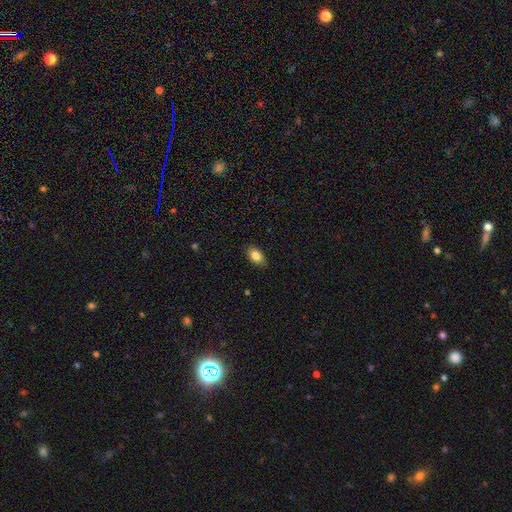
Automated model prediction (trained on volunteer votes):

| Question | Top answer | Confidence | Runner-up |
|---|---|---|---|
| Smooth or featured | smooth | 85% | star or artifact (8%) |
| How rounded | in between | 90% | round (8%) |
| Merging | none | 88% | minor disturbance (9%) |